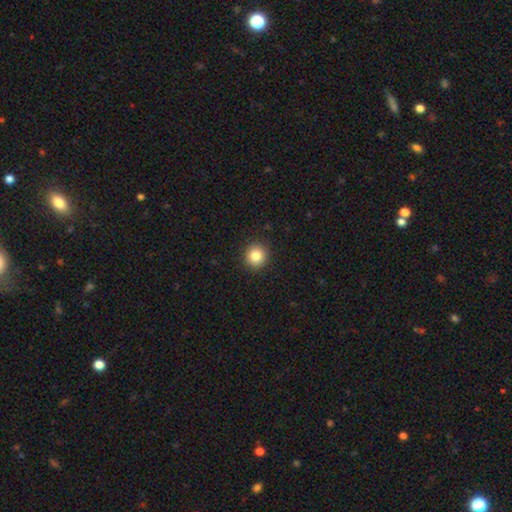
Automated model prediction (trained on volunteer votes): Q: Smooth or featured?
A: smooth (84%); runner-up: star or artifact (10%)
Q: How rounded?
A: round (93%); runner-up: in between (6%)
Q: Merging?
A: none (93%); runner-up: minor disturbance (5%)